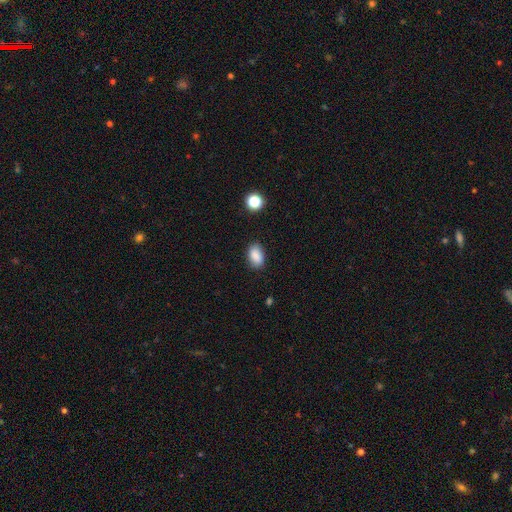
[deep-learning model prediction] Smooth or featured? smooth (87%)
How rounded? in between (87%)
Merging? none (83%)